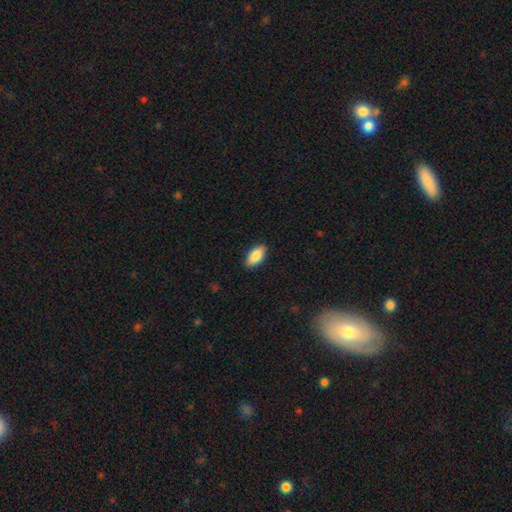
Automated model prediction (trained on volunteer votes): Smooth or featured? Predicted: smooth (p=0.85). How rounded? Predicted: in between (p=0.89). Merging? Predicted: none (p=0.88).